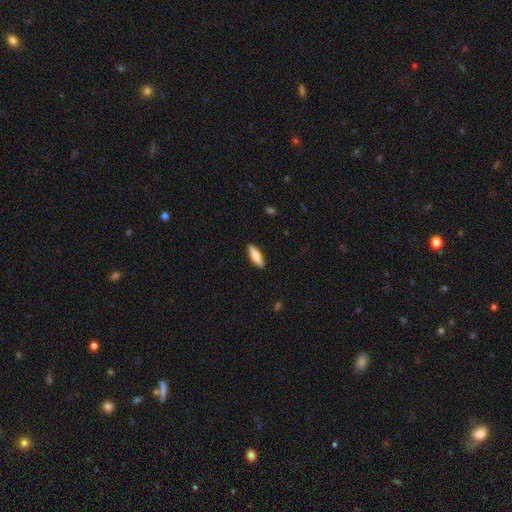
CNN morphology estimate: This is likely a smooth galaxy (78%). How rounded: possibly cigar-shaped (52%). Merging: clearly none (90%).